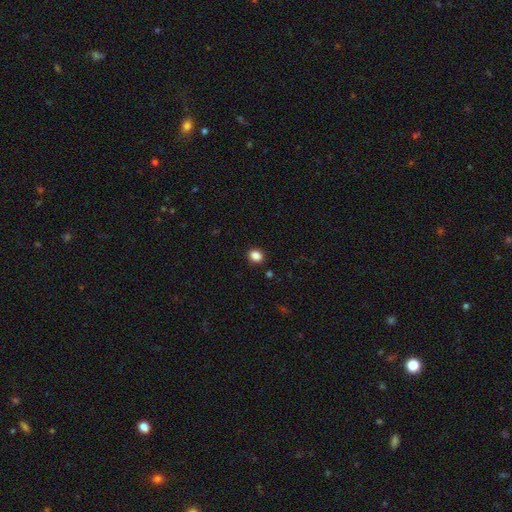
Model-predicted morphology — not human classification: Smooth or featured: smooth — 87% (star or artifact — 10%)
How rounded: round — 54% (in between — 45%)
Merging: none — 90% (minor disturbance — 7%)